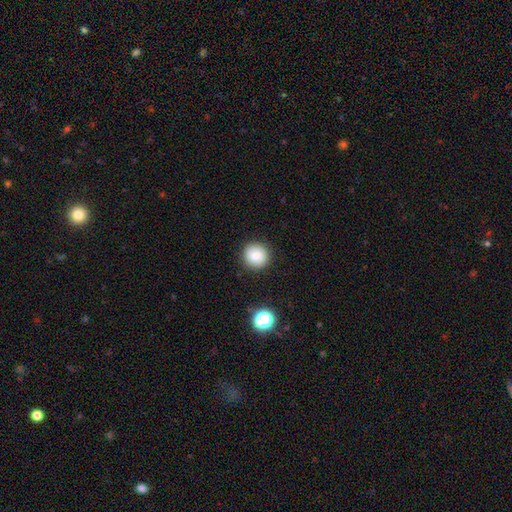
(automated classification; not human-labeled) smooth_or_featured: smooth (p=0.83) [alt: star or artifact p=0.10]
how_rounded: round (p=0.94) [alt: in between p=0.06]
merging: none (p=0.90) [alt: minor disturbance p=0.06]